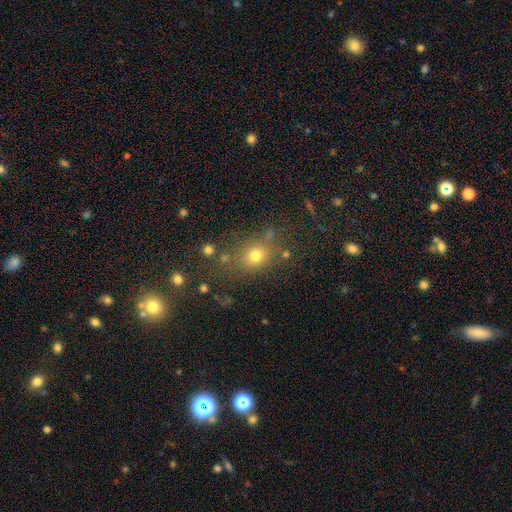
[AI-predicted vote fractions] Overall: smooth (71%). How rounded: round (57%; in between 41%). Merging: none (68%).